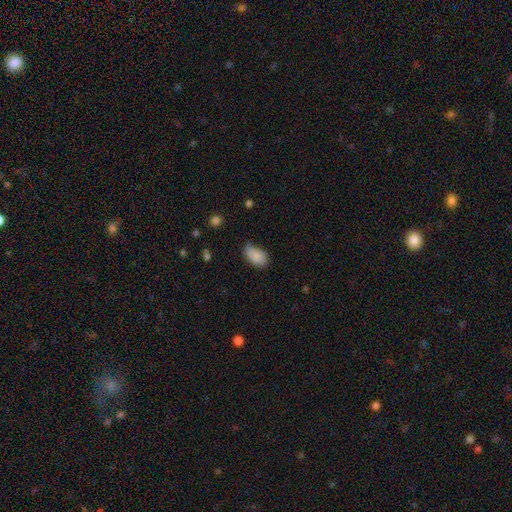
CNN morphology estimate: Q: Smooth or featured?
A: smooth (87%); runner-up: star or artifact (8%)
Q: How rounded?
A: in between (93%); runner-up: round (6%)
Q: Merging?
A: none (56%); runner-up: minor disturbance (35%)